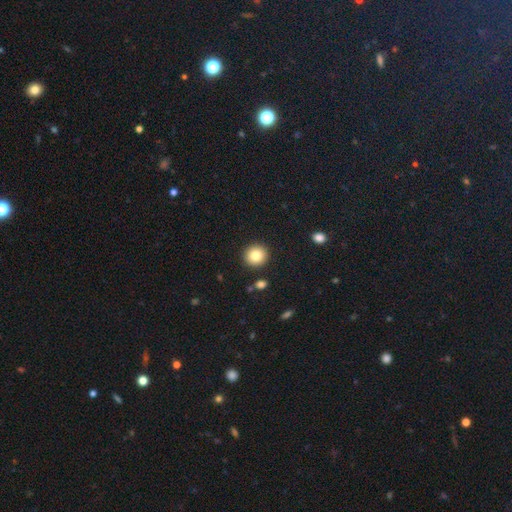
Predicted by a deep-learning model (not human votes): Smooth or featured?
  - smooth: 82% *
  - star or artifact: 10%
  - featured or disk: 8%
How rounded?
  - round: 91% *
  - in between: 8%
  - cigar-shaped: 1%
Merging?
  - none: 91% *
  - minor disturbance: 6%
  - merger: 2%
  - major disturbance: 2%